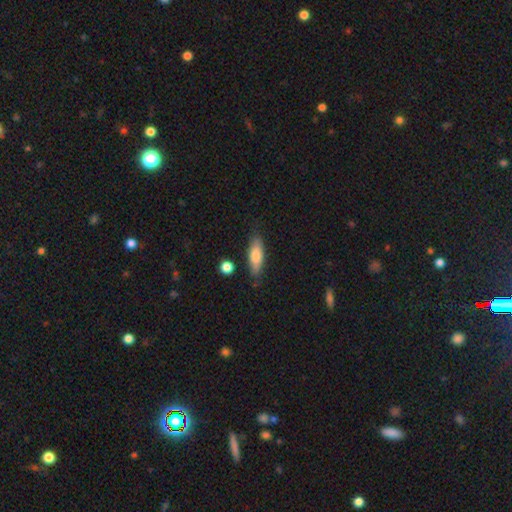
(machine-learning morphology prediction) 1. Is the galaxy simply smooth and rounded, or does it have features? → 76% smooth, 18% featured or disk, 6% star or artifact.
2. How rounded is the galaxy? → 54% in between, 44% cigar-shaped, 2% round.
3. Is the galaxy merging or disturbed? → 80% none, 14% minor disturbance, 3% merger, 3% major disturbance.